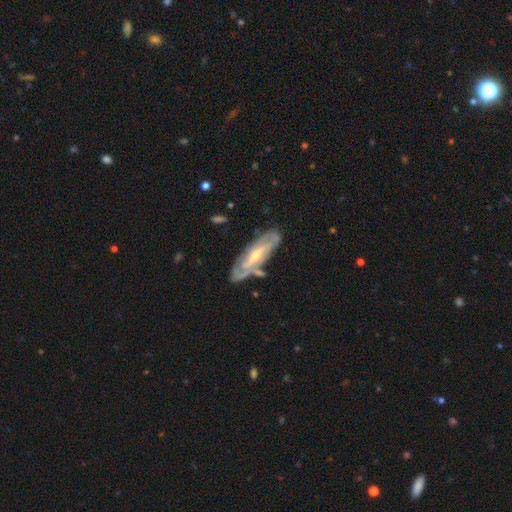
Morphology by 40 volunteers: This appears to be a featured or disk galaxy (82%) with a weak bar (44%), 2 (61%) tight (48%) spiral arms (92%) and a moderate central bulge (56%). Merging: none (86%).